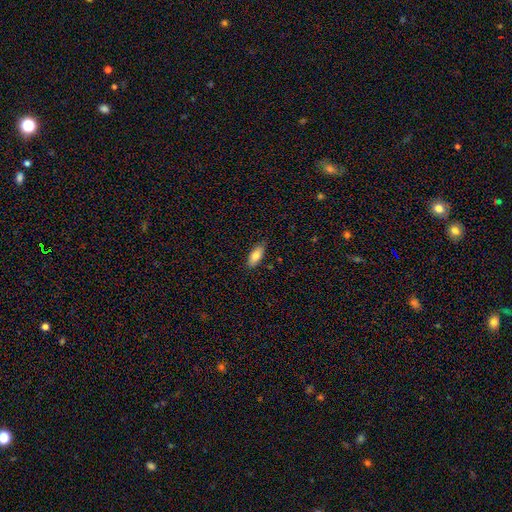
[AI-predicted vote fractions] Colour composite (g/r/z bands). It shows a smooth galaxy with no disk features (79%) that is in between round and cigar-shaped (79%). Merging: none (85%).